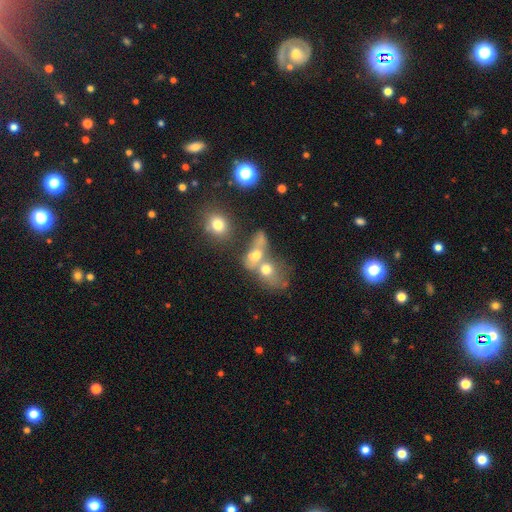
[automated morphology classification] The model was most divided on "how rounded": in between: 50%, round: 45%, cigar-shaped: 4%. More confident: merging — merger (67%); smooth or featured — smooth (51%).